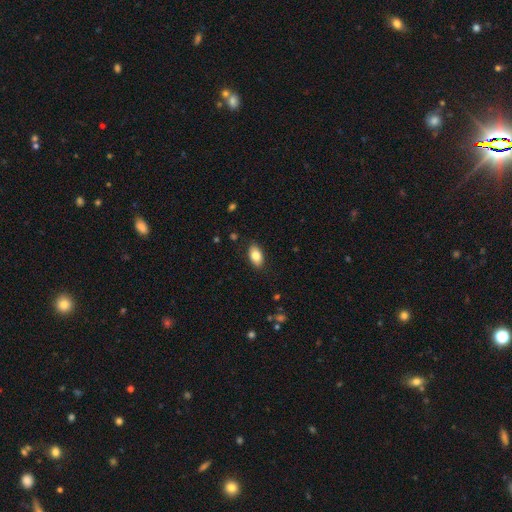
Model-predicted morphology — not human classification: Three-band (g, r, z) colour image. It shows a smooth galaxy with no disk features (82%) that is in between round and cigar-shaped (92%). Merging: none (86%).